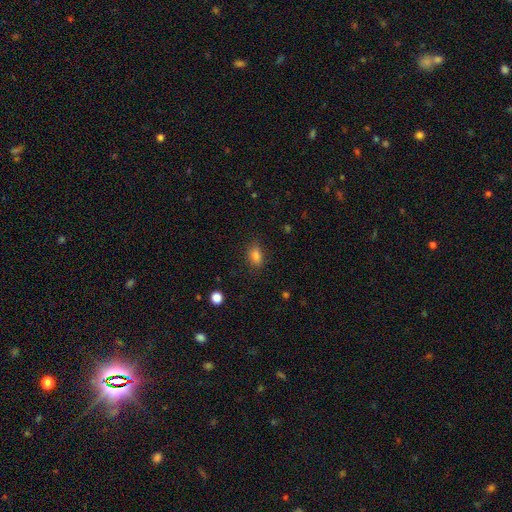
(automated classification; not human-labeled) Overall: smooth (83%). How rounded: in between (82%). Merging: none (83%).